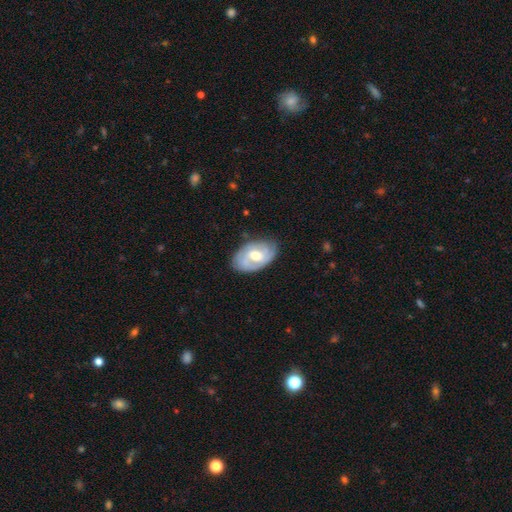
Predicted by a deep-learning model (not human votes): Q: Smooth or featured?
A: featured or disk (72%); runner-up: smooth (23%)
Q: Edge-on disk?
A: no (95%); runner-up: yes (5%)
Q: Bar?
A: no (51%); runner-up: weak (41%)
Q: Spiral arms?
A: yes (87%); runner-up: no (13%)
Q: Spiral winding?
A: tight (55%); runner-up: medium (34%)
Q: Spiral arm count?
A: 2 (40%); runner-up: can't tell (29%)
Q: Bulge size?
A: moderate (72%); runner-up: small (17%)
Q: Merging?
A: none (75%); runner-up: minor disturbance (19%)